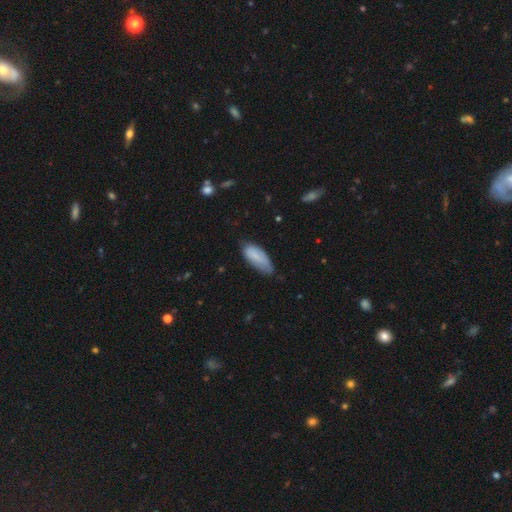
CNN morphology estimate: Smooth or featured: smooth — 82% (featured or disk — 12%)
How rounded: in between — 81% (cigar-shaped — 17%)
Merging: none — 51% (minor disturbance — 39%)